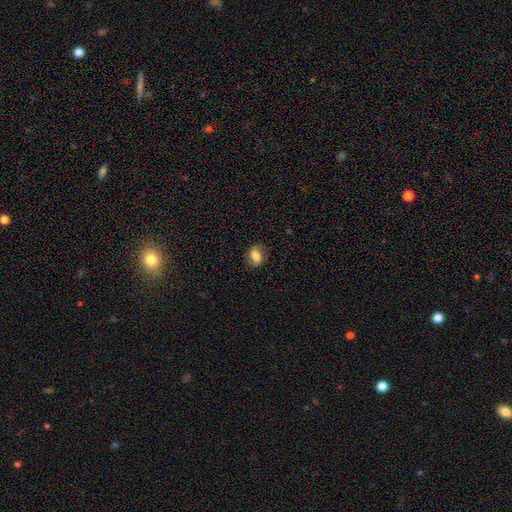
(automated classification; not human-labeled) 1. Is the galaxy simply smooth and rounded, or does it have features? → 72% smooth, 19% featured or disk, 9% star or artifact.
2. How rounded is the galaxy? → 72% in between, 26% round, 2% cigar-shaped.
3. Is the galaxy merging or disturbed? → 76% none, 17% minor disturbance, 5% major disturbance, 1% merger.